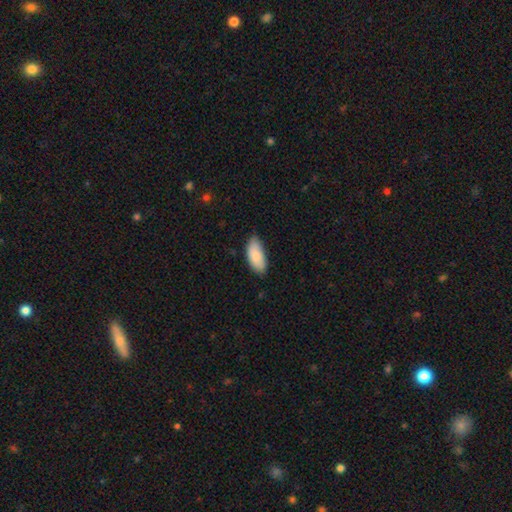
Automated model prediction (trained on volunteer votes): smooth 87%, featured or disk 7%, star or artifact 6%. Down the decision tree: how rounded — in between (90%); merging — none (72%).